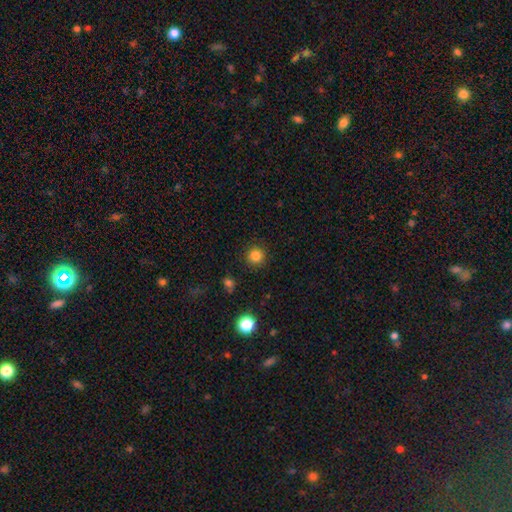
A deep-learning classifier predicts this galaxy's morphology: This is clearly a smooth galaxy (83%). How rounded: clearly round (95%). Merging: clearly none (91%).